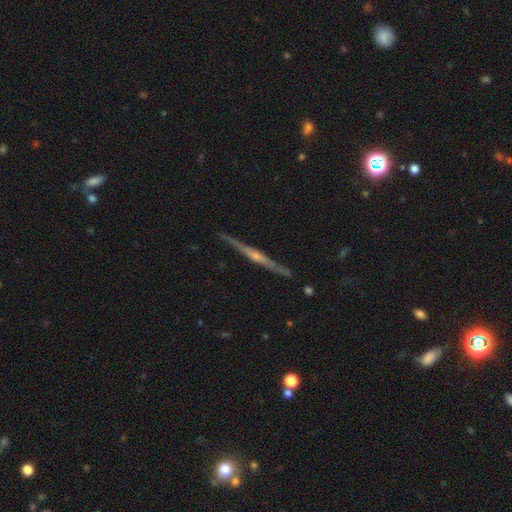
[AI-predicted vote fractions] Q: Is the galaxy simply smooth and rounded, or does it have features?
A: featured or disk — 80%.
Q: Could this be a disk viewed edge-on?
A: yes — 98%.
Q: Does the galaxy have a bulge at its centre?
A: rounded — 70%.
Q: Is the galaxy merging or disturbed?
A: none — 90%.